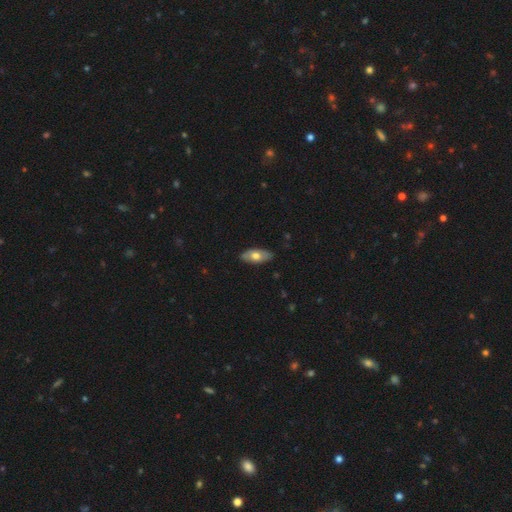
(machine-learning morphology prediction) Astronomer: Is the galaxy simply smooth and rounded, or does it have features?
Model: smooth — 60%.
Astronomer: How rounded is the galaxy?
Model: in between — 90%.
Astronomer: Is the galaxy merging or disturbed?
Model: none — 85%.